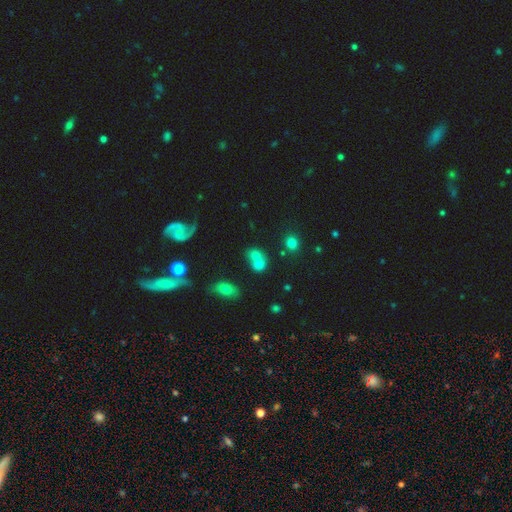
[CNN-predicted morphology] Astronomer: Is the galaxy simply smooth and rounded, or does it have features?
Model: smooth — 67%.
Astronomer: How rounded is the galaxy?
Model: round — 64%.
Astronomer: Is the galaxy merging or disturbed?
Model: merger — 56% (runner-up: none, 32%).